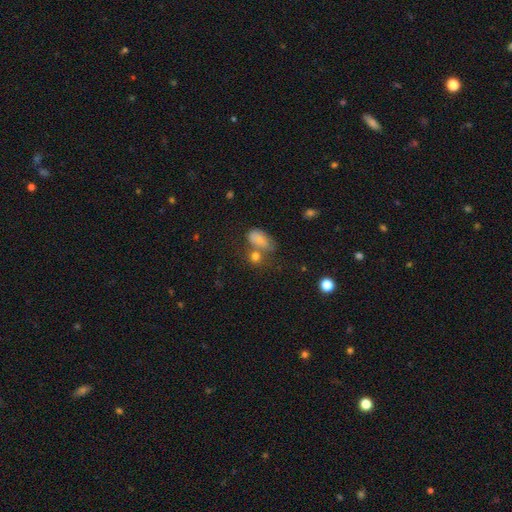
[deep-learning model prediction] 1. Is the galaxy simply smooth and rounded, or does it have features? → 67% smooth, 19% star or artifact, 14% featured or disk.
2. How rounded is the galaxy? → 57% in between, 39% round, 4% cigar-shaped.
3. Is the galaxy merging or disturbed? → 46% none, 27% merger, 17% minor disturbance, 10% major disturbance.